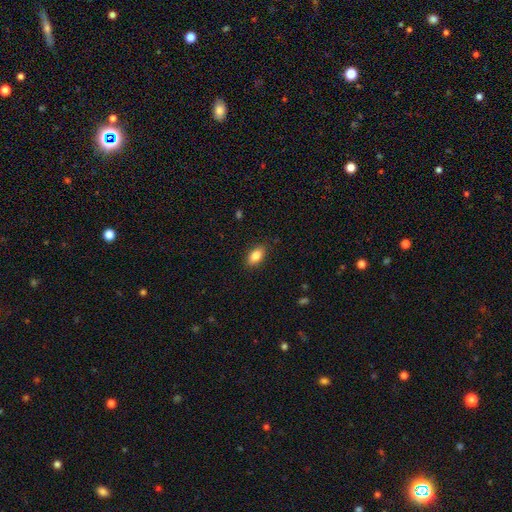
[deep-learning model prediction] Smooth or featured: smooth — 85% (star or artifact — 8%)
How rounded: in between — 90% (round — 6%)
Merging: none — 87% (minor disturbance — 10%)